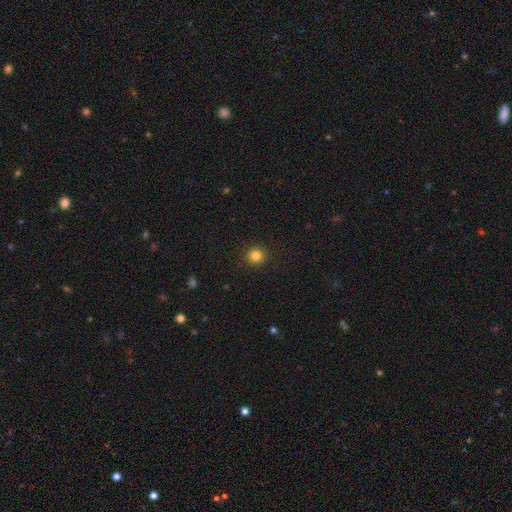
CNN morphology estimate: smooth-or-featured: smooth: 83% | star or artifact: 12% | featured or disk: 4%
  how-rounded: round: 91% | in between: 8% | cigar-shaped: 1%
  merging: none: 92% | minor disturbance: 5% | major disturbance: 2% | merger: 1%